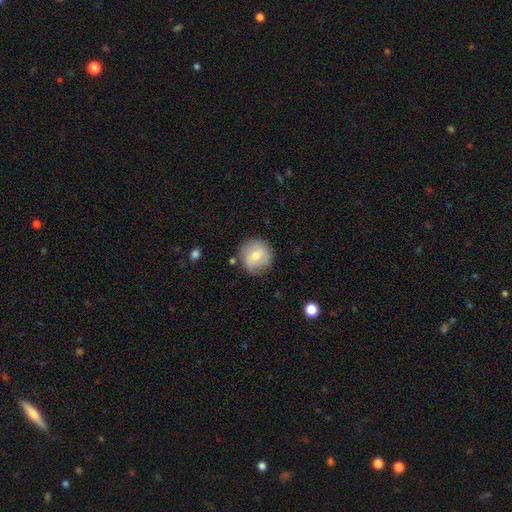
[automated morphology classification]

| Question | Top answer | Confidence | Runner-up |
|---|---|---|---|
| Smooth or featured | smooth | 65% | featured or disk (26%) |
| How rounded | round | 93% | in between (7%) |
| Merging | none | 75% | minor disturbance (17%) |